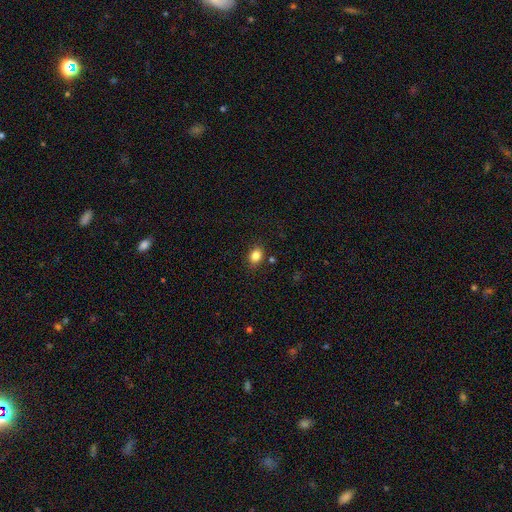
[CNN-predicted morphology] Smooth or featured? smooth (84%)
How rounded? in between (60%)
Merging? none (84%)